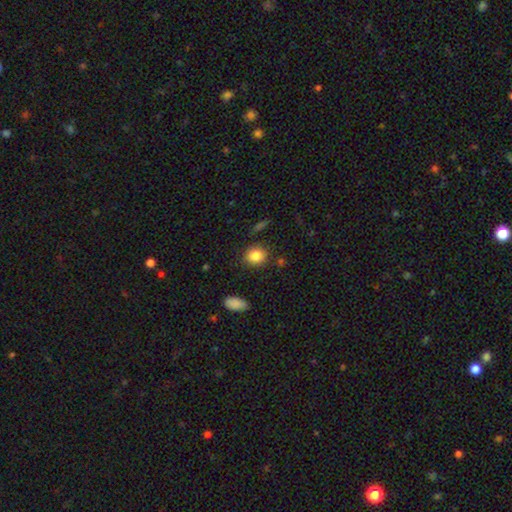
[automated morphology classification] Q: Smooth or featured?
A: smooth (85%); runner-up: star or artifact (9%)
Q: How rounded?
A: round (63%); runner-up: in between (36%)
Q: Merging?
A: none (83%); runner-up: minor disturbance (11%)